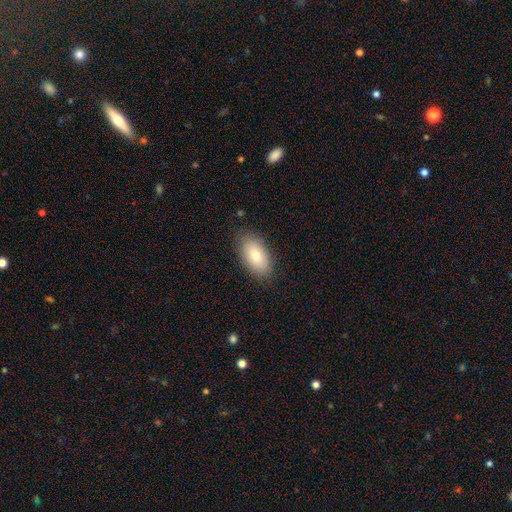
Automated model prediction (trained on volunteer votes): Smooth or featured? smooth (83%)
How rounded? in between (94%)
Merging? none (84%)